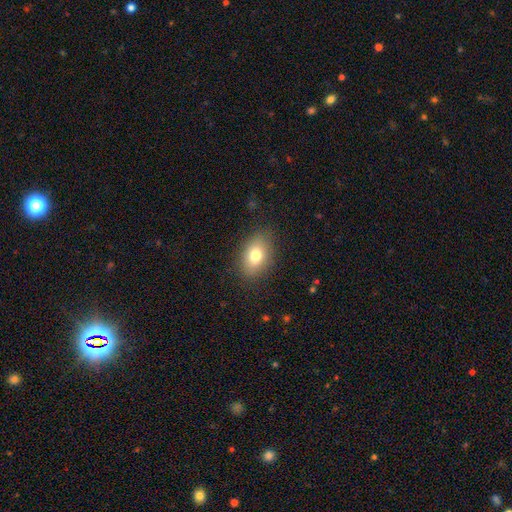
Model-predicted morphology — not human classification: Smooth or featured?
  - smooth: 78% *
  - featured or disk: 13%
  - star or artifact: 10%
How rounded?
  - in between: 82% *
  - round: 16%
  - cigar-shaped: 2%
Merging?
  - none: 85% *
  - minor disturbance: 11%
  - major disturbance: 3%
  - merger: 1%